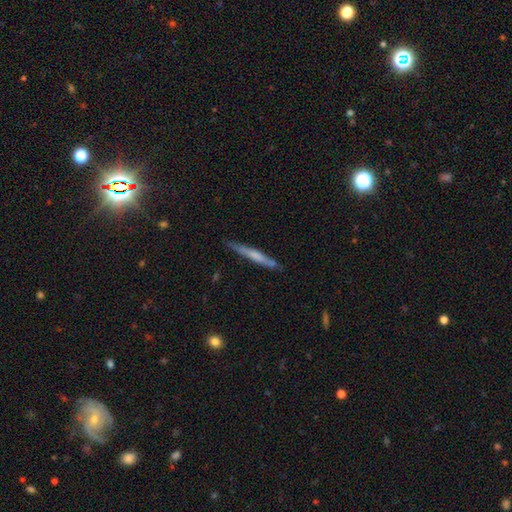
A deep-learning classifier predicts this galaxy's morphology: Smooth or featured: smooth — 48% (featured or disk — 46%)
Merging: none — 80% (minor disturbance — 15%)